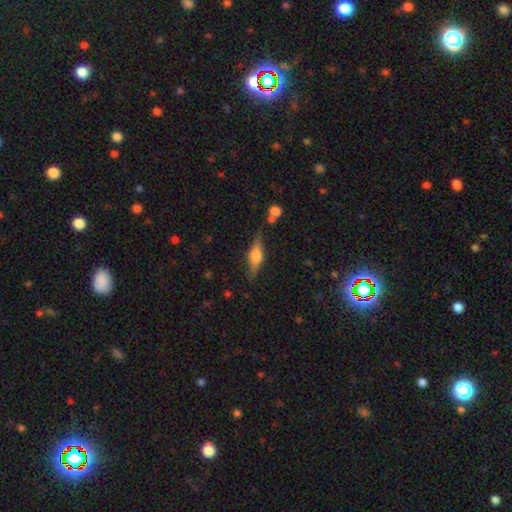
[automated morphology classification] Overall: featured or disk (56%; smooth 37%). Edge-on disk: yes (92%). Edge-on bulge: rounded (87%). Merging: none (75%).